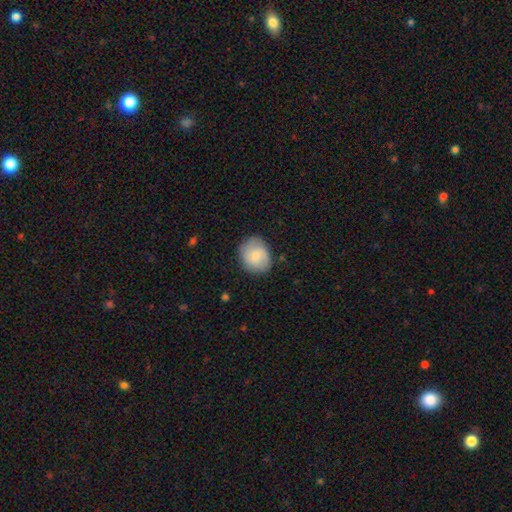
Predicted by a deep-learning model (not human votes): Morphology: type=smooth (66%); roundness=round (63%); merging=none (77%).